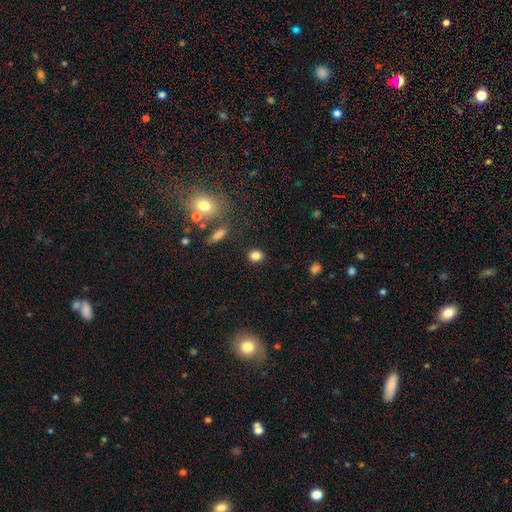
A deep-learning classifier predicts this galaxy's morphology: smooth 84%, star or artifact 11%, featured or disk 5%. Down the decision tree: how rounded — round (72%); merging — none (86%).